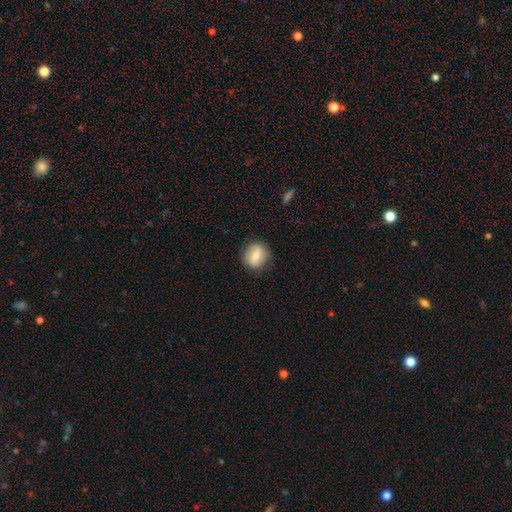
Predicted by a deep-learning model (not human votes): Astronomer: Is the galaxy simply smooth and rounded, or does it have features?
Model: smooth — 67%.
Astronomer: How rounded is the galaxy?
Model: round — 74%.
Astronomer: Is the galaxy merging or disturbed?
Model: none — 83%.